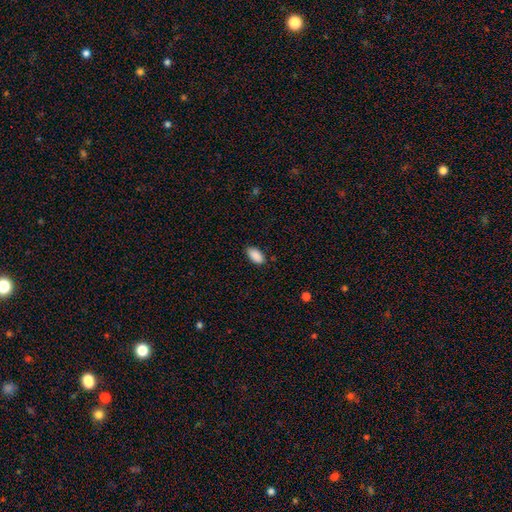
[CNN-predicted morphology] Smooth or featured?
  - smooth: 90% *
  - star or artifact: 7%
  - featured or disk: 3%
How rounded?
  - in between: 94% *
  - cigar-shaped: 4%
  - round: 3%
Merging?
  - none: 84% *
  - minor disturbance: 13%
  - major disturbance: 2%
  - merger: 1%